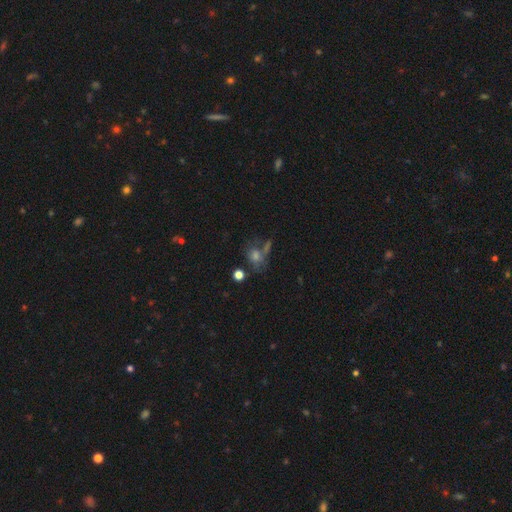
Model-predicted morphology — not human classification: A smooth galaxy with no disk features (53%) that is round (53%).

Vote fractions:
- Smooth or featured? smooth: 53% / star or artifact: 25% / featured or disk: 22%
- How rounded? round: 53% / in between: 44% / cigar-shaped: 2%
- Merging? none: 46% / merger: 21% / minor disturbance: 18% / major disturbance: 15%